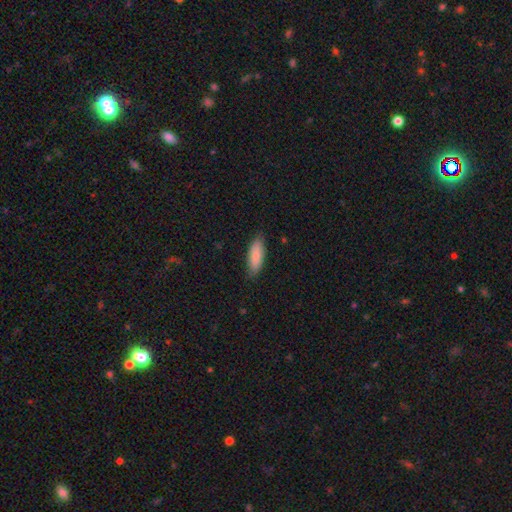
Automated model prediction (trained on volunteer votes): Smooth or featured: smooth — 84% (featured or disk — 10%)
How rounded: in between — 67% (cigar-shaped — 31%)
Merging: none — 83% (minor disturbance — 14%)